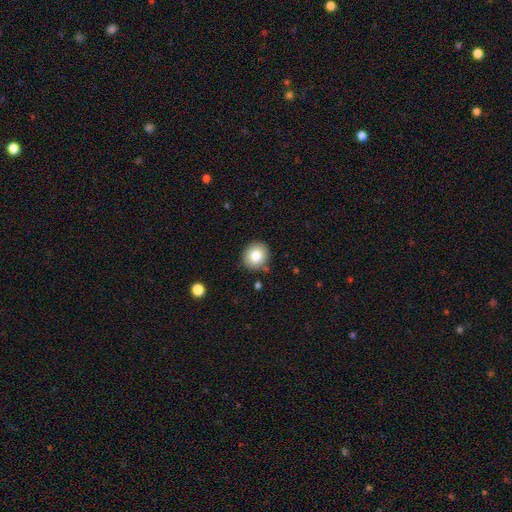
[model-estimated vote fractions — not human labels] Smooth or featured: smooth — 82% (star or artifact — 9%)
How rounded: round — 83% (in between — 16%)
Merging: none — 87% (minor disturbance — 9%)